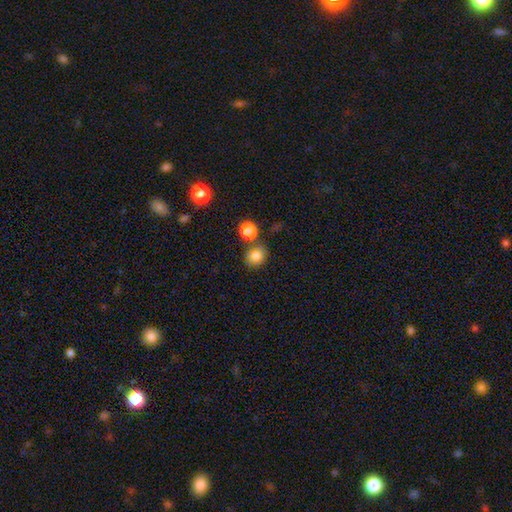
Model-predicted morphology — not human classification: Smooth or featured?
  - smooth: 83% *
  - star or artifact: 11%
  - featured or disk: 6%
How rounded?
  - round: 78% *
  - in between: 21%
  - cigar-shaped: 1%
Merging?
  - none: 72% *
  - merger: 15%
  - minor disturbance: 10%
  - major disturbance: 3%